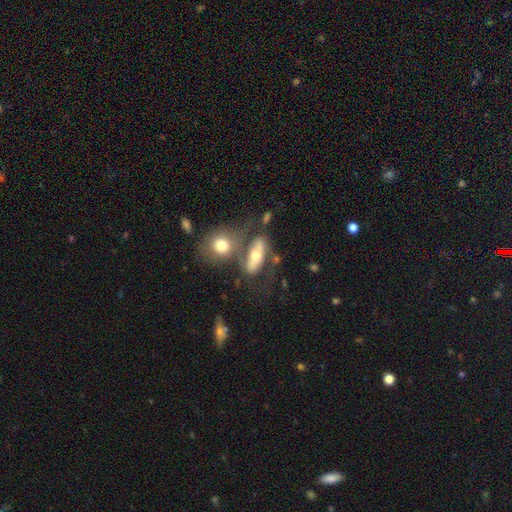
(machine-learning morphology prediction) smooth-or-featured: featured or disk: 46% (tied) | smooth: 46% (tied) | star or artifact: 8%
  merging: none: 43% | merger: 29% | minor disturbance: 16% | major disturbance: 13%